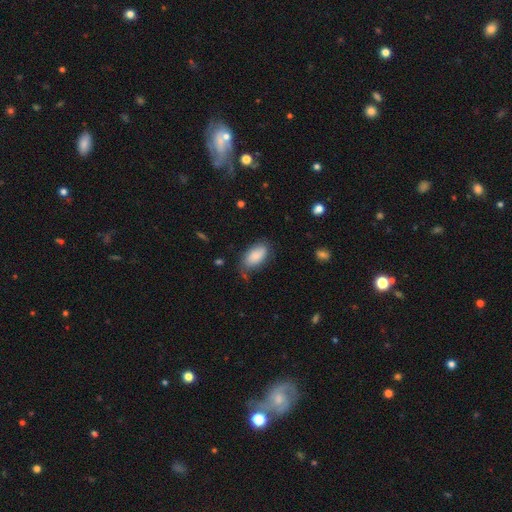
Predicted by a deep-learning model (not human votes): Morphology: type=smooth (81%); roundness=in between (93%); merging=none (66%).